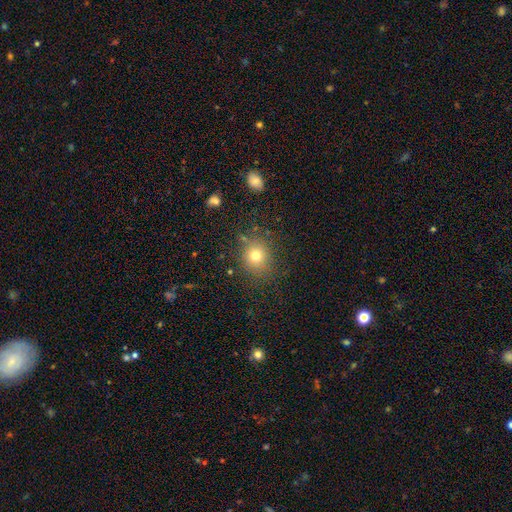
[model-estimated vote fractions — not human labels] This is likely a smooth galaxy (75%). How rounded: likely round (79%). Merging: clearly none (82%).